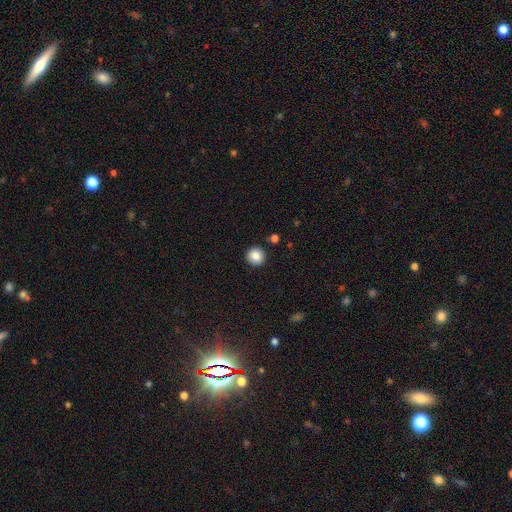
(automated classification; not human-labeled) A smooth galaxy with no disk features (86%) that is round (95%).

Vote fractions:
- Smooth or featured? smooth: 86% / star or artifact: 9% / featured or disk: 5%
- How rounded? round: 95% / in between: 4% / cigar-shaped: 1%
- Merging? none: 91% / minor disturbance: 5% / merger: 2% / major disturbance: 2%